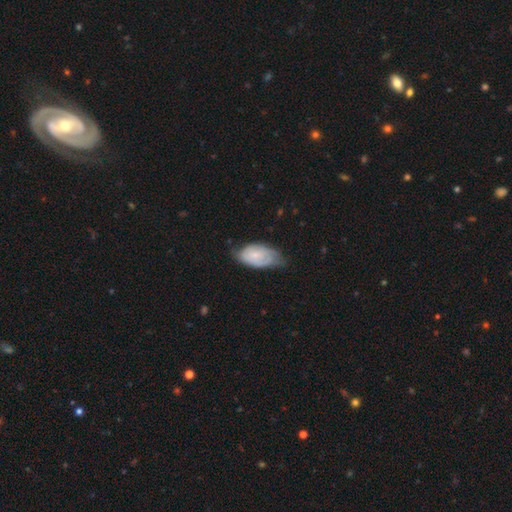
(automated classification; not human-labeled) Smooth or featured?
  - smooth: 50% *
  - featured or disk: 43%
  - star or artifact: 7%
How rounded?
  - in between: 93% *
  - round: 4%
  - cigar-shaped: 3%
Merging?
  - none: 50% *
  - minor disturbance: 38%
  - major disturbance: 10%
  - merger: 2%